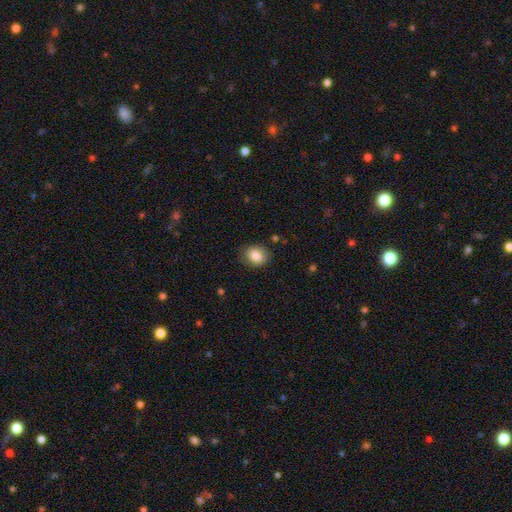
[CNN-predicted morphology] Smooth or featured?
  - smooth: 85% *
  - star or artifact: 9%
  - featured or disk: 6%
How rounded?
  - round: 62% *
  - in between: 37%
  - cigar-shaped: 1%
Merging?
  - none: 84% *
  - minor disturbance: 12%
  - major disturbance: 3%
  - merger: 1%